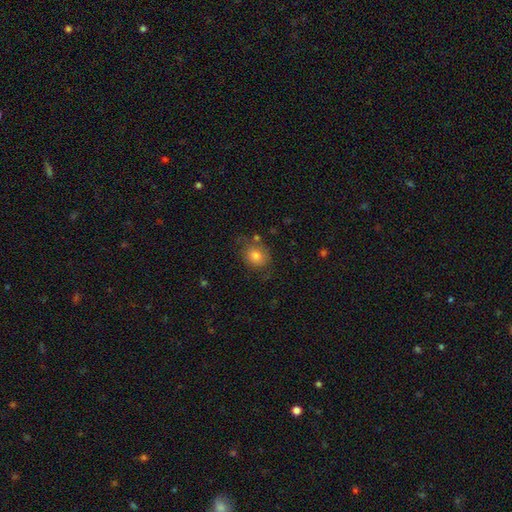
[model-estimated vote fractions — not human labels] This appears to be a smooth galaxy with no disk features (75%) that is round (65%). Merging: none (66%).